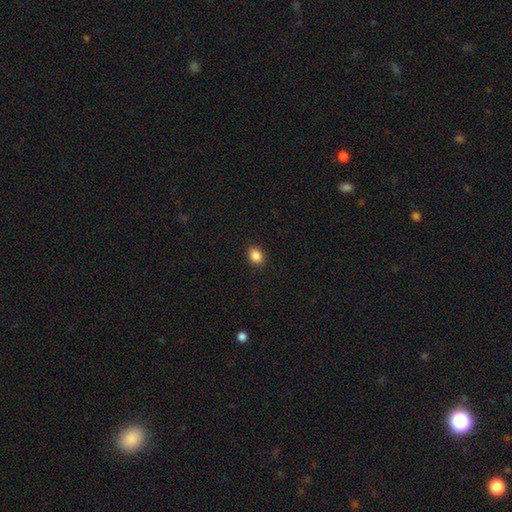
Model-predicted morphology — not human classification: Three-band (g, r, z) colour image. It shows a smooth galaxy with no disk features (88%) that is in between round and cigar-shaped (59%). Merging: none (90%).